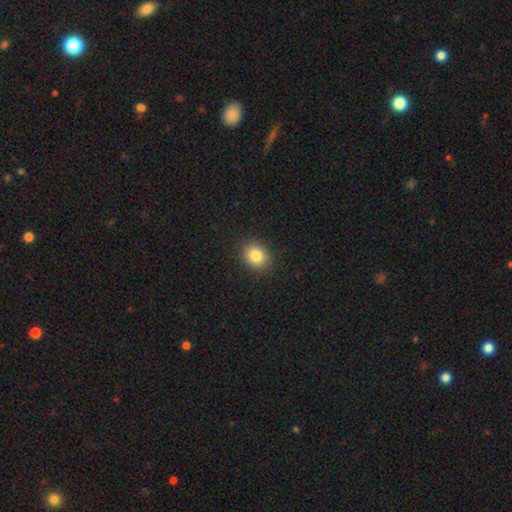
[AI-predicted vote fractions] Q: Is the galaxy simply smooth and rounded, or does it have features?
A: smooth — 83%.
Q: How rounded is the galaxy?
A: round — 65%.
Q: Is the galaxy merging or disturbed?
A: none — 90%.